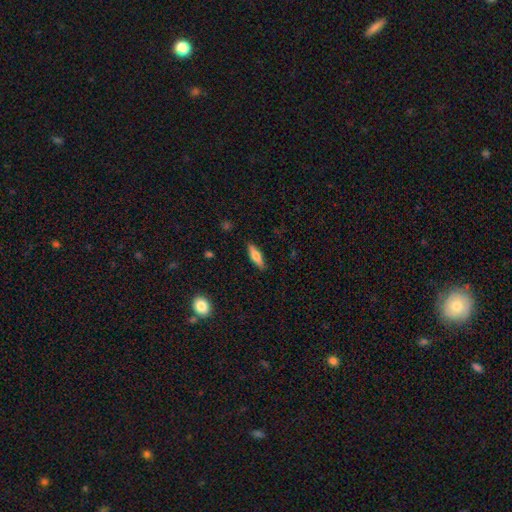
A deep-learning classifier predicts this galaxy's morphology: This appears to be a smooth galaxy with no disk features (60%) that is cigar-shaped (58%). Merging: none (89%).